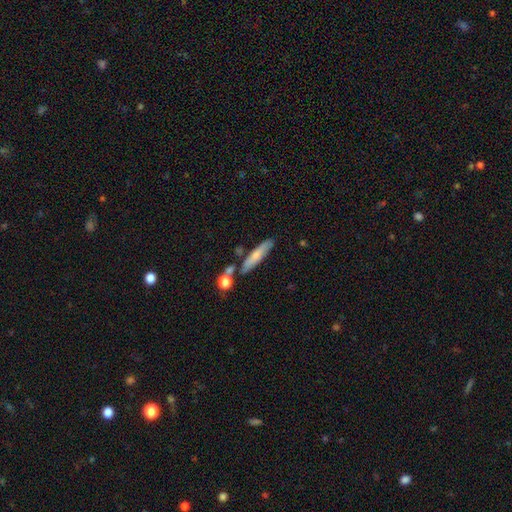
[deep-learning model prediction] smooth-or-featured: smooth: 65% | featured or disk: 28% | star or artifact: 7%
  how-rounded: cigar-shaped: 83% | in between: 14% | round: 2%
  merging: none: 71% | minor disturbance: 14% | merger: 11% | major disturbance: 4%